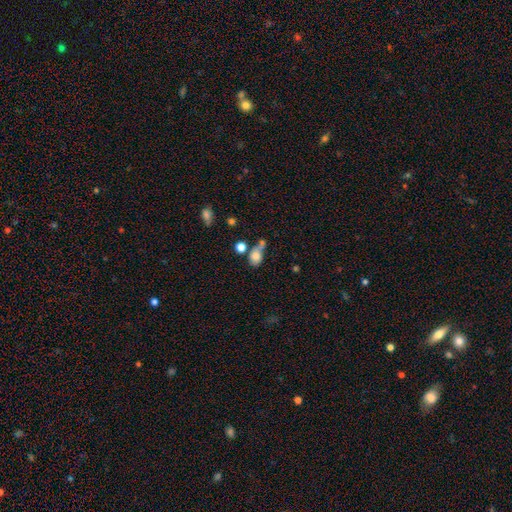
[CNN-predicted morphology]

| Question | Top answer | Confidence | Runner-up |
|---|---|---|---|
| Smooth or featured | smooth | 77% | featured or disk (13%) |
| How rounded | in between | 58% | round (39%) |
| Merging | merger | 33% | none (32%) |